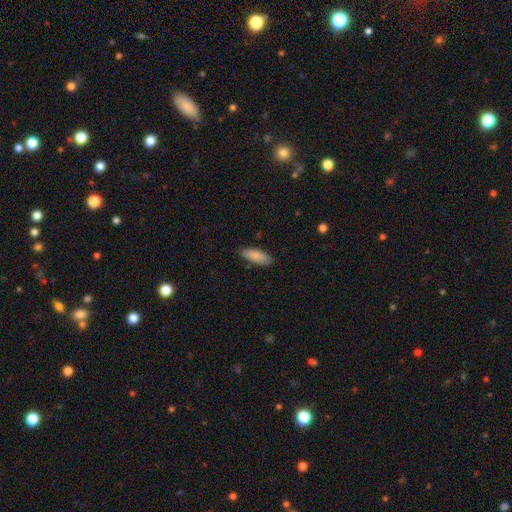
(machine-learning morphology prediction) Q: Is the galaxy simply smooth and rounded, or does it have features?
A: smooth — 86%.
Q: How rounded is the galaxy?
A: in between — 75%.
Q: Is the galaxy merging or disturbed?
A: none — 84%.